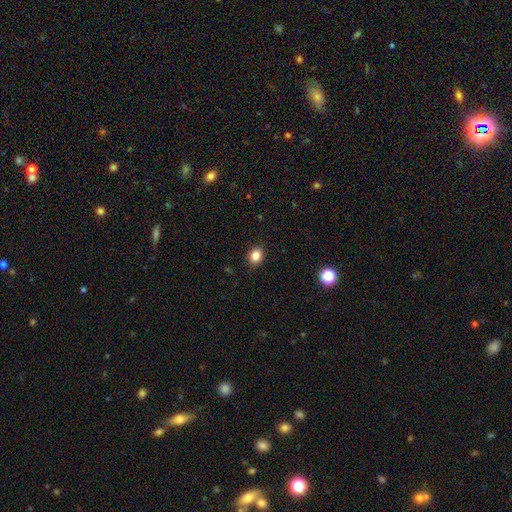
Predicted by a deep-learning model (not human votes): The model was most divided on "how rounded": in between: 50%, round: 49%, cigar-shaped: 1%. More confident: merging — none (90%); smooth or featured — smooth (85%).